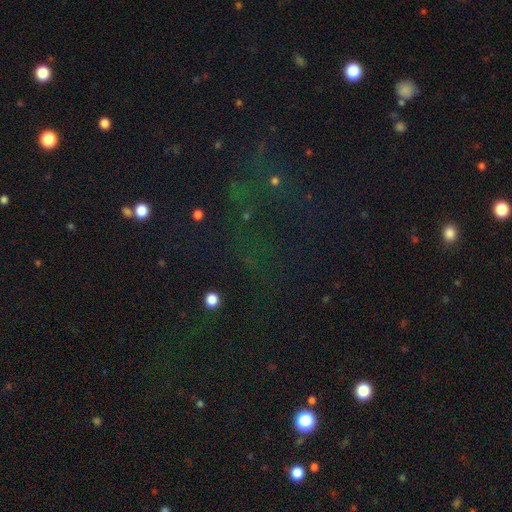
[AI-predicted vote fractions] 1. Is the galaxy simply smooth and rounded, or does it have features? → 67% star or artifact, 21% smooth, 12% featured or disk.